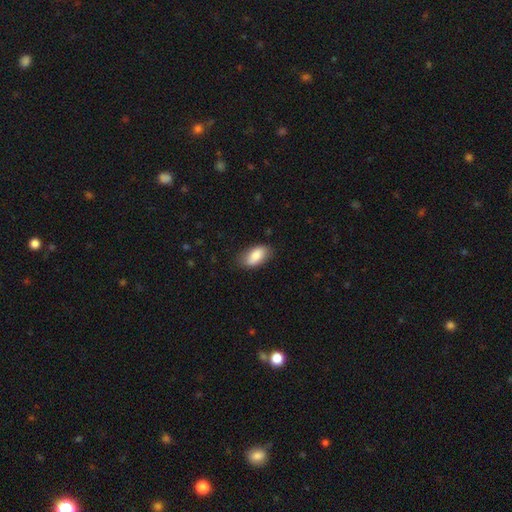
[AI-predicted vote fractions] smooth 84%, featured or disk 10%, star or artifact 6%. Down the decision tree: how rounded — in between (92%); merging — none (78%).